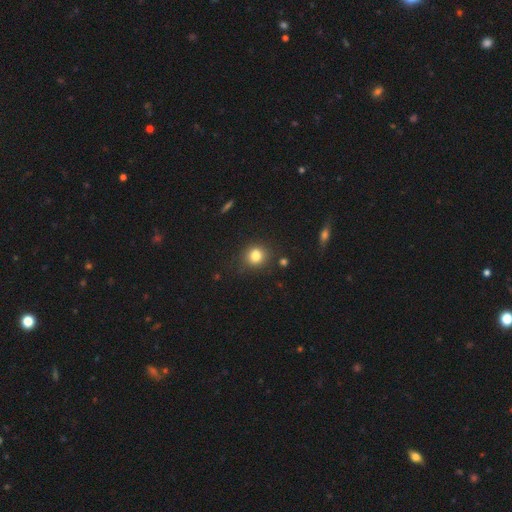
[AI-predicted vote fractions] A smooth galaxy with no disk features (81%) that is round (79%).

Vote fractions:
- Smooth or featured? smooth: 81% / star or artifact: 12% / featured or disk: 7%
- How rounded? round: 79% / in between: 20% / cigar-shaped: 1%
- Merging? none: 81% / minor disturbance: 13% / major disturbance: 3% / merger: 3%